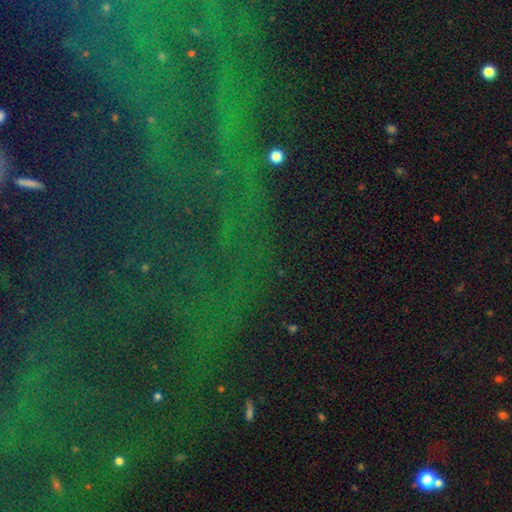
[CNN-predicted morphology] Smooth or featured? Predicted: star or artifact (p=0.80).